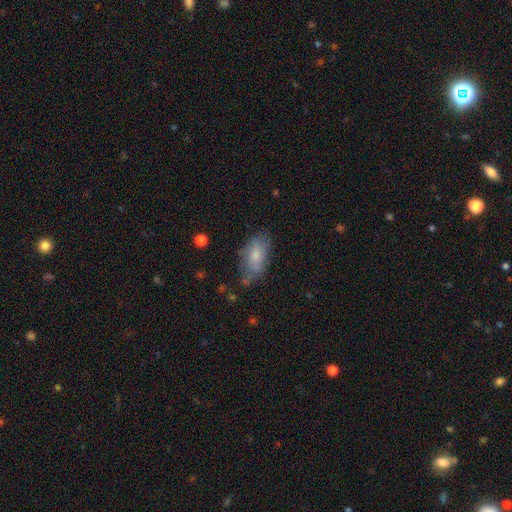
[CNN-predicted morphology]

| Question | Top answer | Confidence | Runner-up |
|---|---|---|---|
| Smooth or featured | smooth | 72% | featured or disk (21%) |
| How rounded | in between | 91% | cigar-shaped (5%) |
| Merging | none | 65% | minor disturbance (25%) |